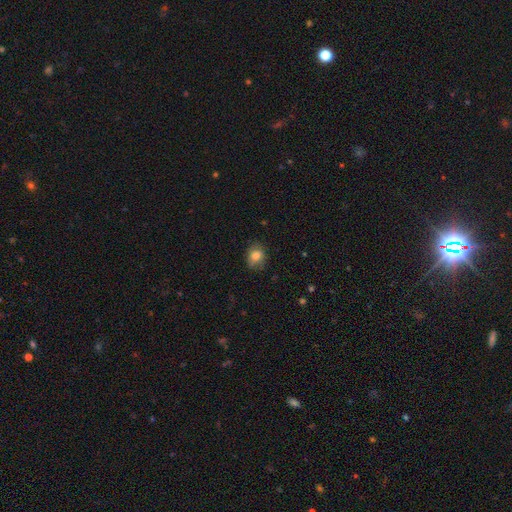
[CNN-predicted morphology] The model was most divided on "how rounded": in between: 54%, round: 45%, cigar-shaped: 1%. More confident: smooth or featured — smooth (78%); merging — none (73%).